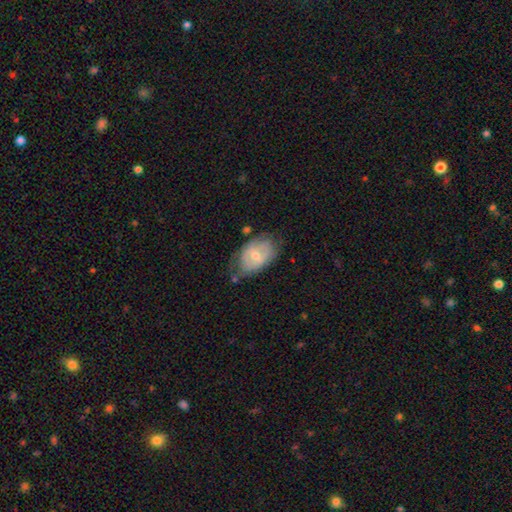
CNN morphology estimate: smooth_or_featured: smooth (p=0.47) [tied with: featured or disk p=0.47]
merging: none (p=0.59) [alt: minor disturbance p=0.28]